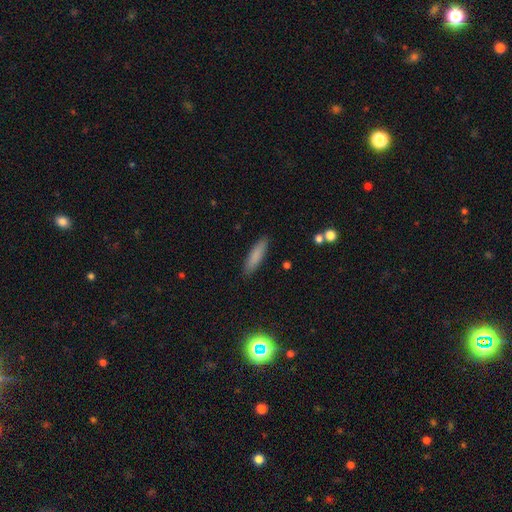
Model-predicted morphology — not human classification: A smooth galaxy with no disk features (82%) that is cigar-shaped (74%). Merging: none (89%).